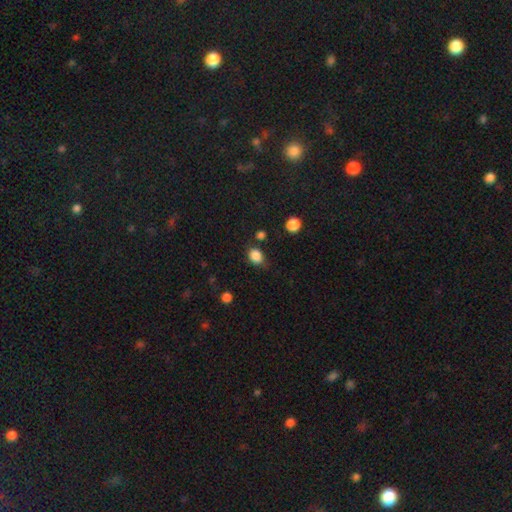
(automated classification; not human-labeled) Smooth or featured? Predicted: smooth (p=0.85). How rounded? Predicted: round (p=0.50). Merging? Predicted: none (p=0.69).